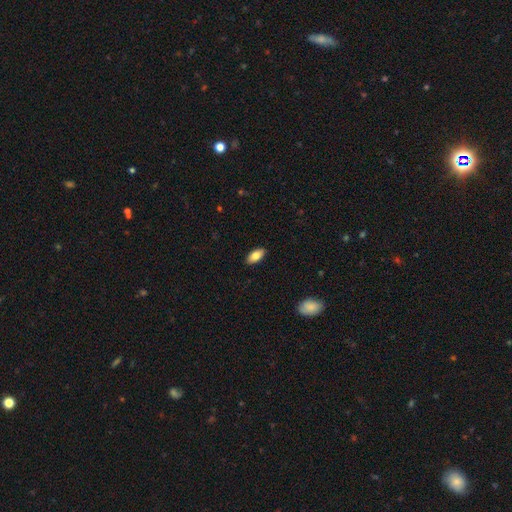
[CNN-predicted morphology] A smooth galaxy with no disk features (82%) that is in between round and cigar-shaped (91%). Merging: none (89%).